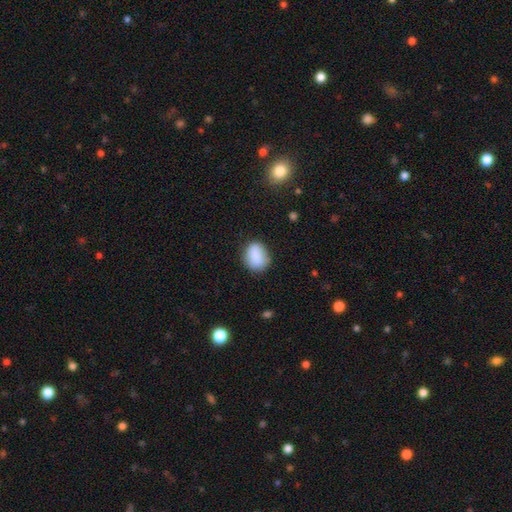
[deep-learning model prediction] Smooth or featured? smooth (87%)
How rounded? in between (58%)
Merging? none (76%)